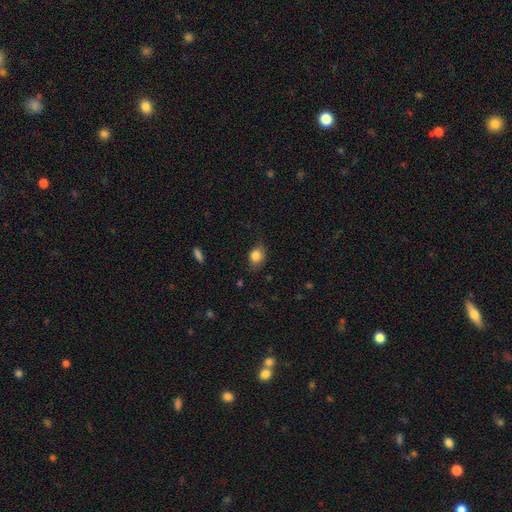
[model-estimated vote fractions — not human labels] Smooth or featured?
  - smooth: 84% *
  - star or artifact: 9%
  - featured or disk: 7%
How rounded?
  - in between: 62% *
  - round: 37%
  - cigar-shaped: 1%
Merging?
  - none: 71% *
  - minor disturbance: 23%
  - major disturbance: 5%
  - merger: 1%